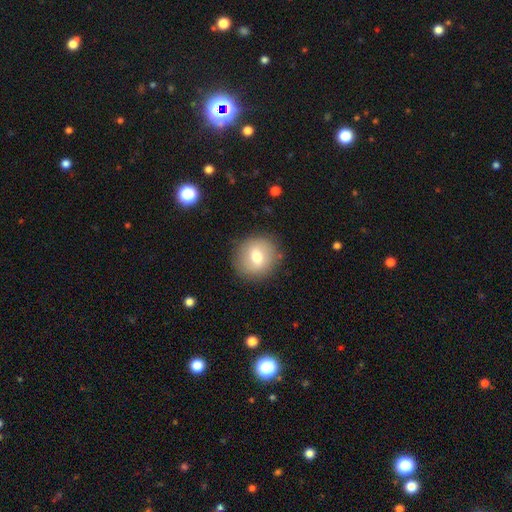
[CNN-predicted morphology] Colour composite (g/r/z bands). It shows a smooth galaxy with no disk features (61%) that is round (91%). Merging: none (89%).